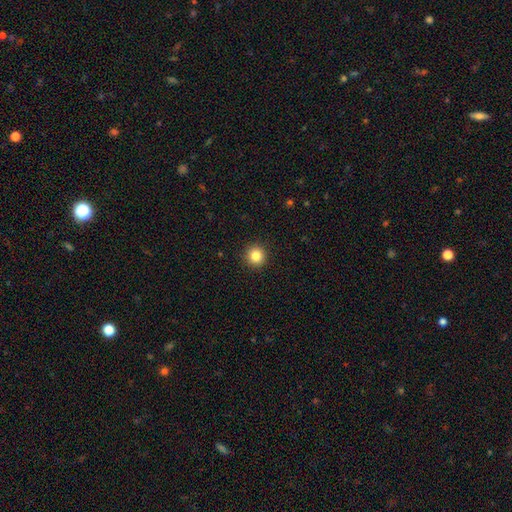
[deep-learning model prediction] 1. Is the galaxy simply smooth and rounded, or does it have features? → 84% smooth, 11% star or artifact, 5% featured or disk.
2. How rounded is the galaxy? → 95% round, 4% in between, 1% cigar-shaped.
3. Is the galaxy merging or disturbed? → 93% none, 5% minor disturbance, 2% major disturbance, 1% merger.